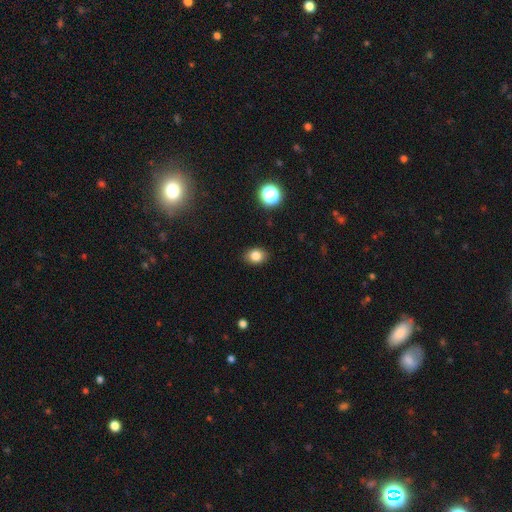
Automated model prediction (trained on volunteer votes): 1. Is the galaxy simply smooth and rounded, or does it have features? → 82% smooth, 11% star or artifact, 6% featured or disk.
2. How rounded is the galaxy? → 59% in between, 40% round, 1% cigar-shaped.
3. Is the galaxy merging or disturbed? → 88% none, 9% minor disturbance, 2% major disturbance, 1% merger.